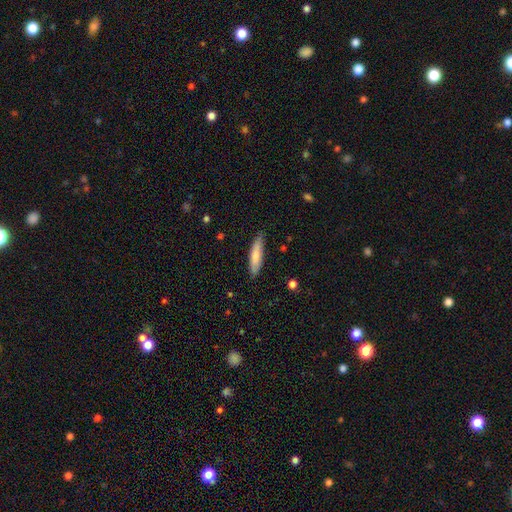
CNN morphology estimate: smooth-or-featured: smooth: 77% | featured or disk: 18% | star or artifact: 5%
  how-rounded: cigar-shaped: 74% | in between: 24% | round: 1%
  merging: none: 84% | minor disturbance: 13% | major disturbance: 2% | merger: 1%